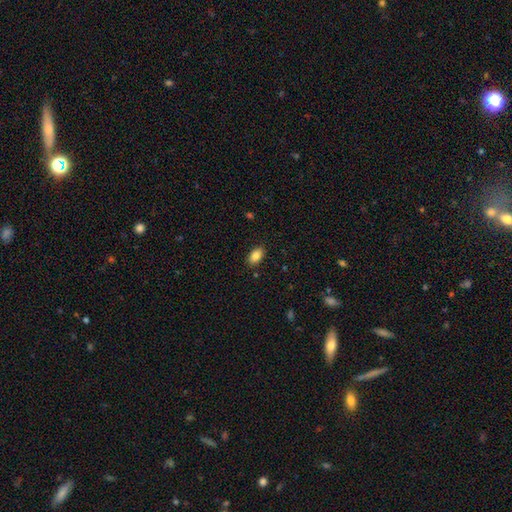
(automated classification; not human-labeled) This is clearly a smooth galaxy (86%). How rounded: clearly in between (91%). Merging: clearly none (87%).